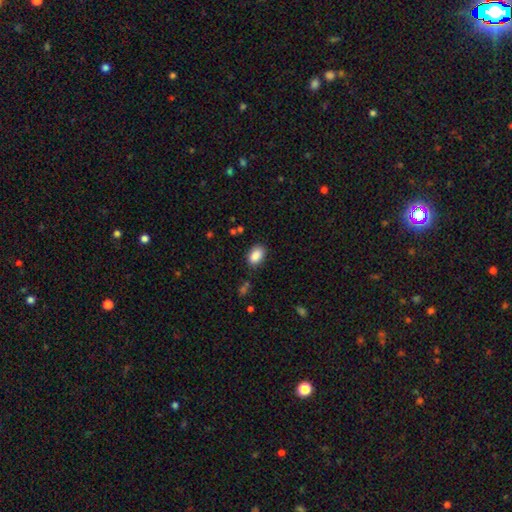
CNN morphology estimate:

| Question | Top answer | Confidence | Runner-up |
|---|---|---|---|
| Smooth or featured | smooth | 88% | star or artifact (8%) |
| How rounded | in between | 86% | round (12%) |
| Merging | none | 83% | minor disturbance (12%) |